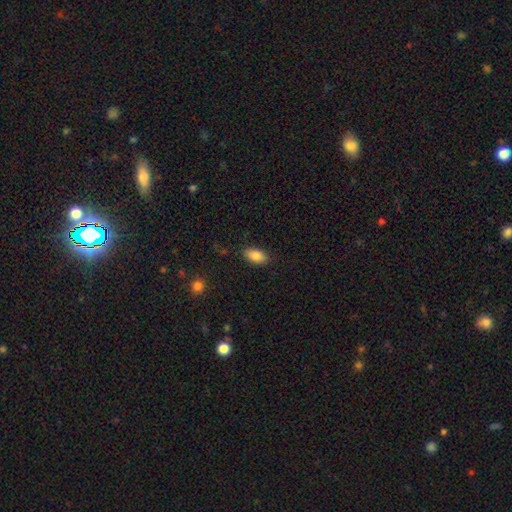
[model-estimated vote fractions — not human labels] The model was most divided on "merging": none: 86%, minor disturbance: 10%, major disturbance: 2%, merger: 1%. More confident: how rounded — in between (92%); smooth or featured — smooth (85%).